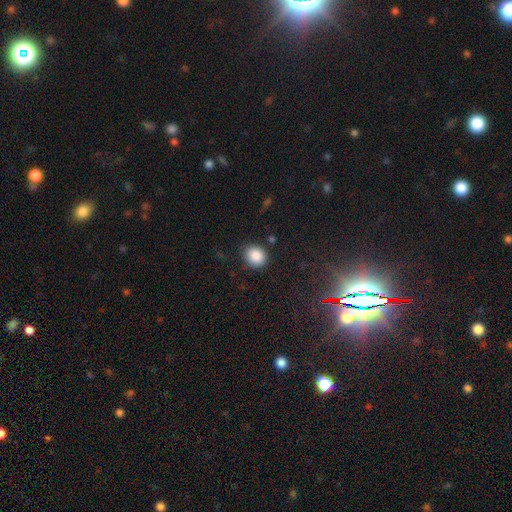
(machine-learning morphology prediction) This appears to be a smooth galaxy with no disk features (87%) that is round (70%). Merging: none (80%).